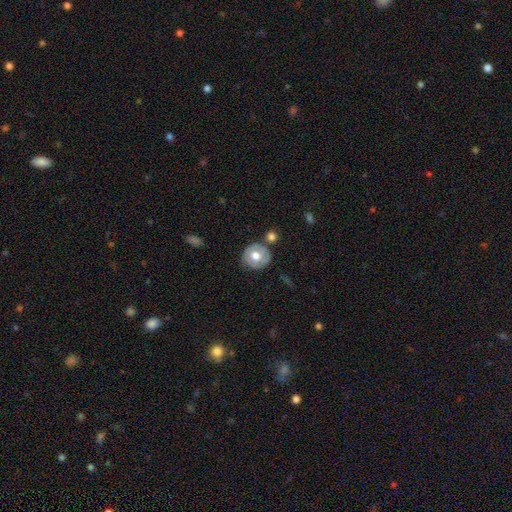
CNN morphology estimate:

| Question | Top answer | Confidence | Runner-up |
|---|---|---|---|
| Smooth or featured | smooth | 58% | featured or disk (35%) |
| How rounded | round | 84% | in between (15%) |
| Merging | none | 73% | minor disturbance (14%) |